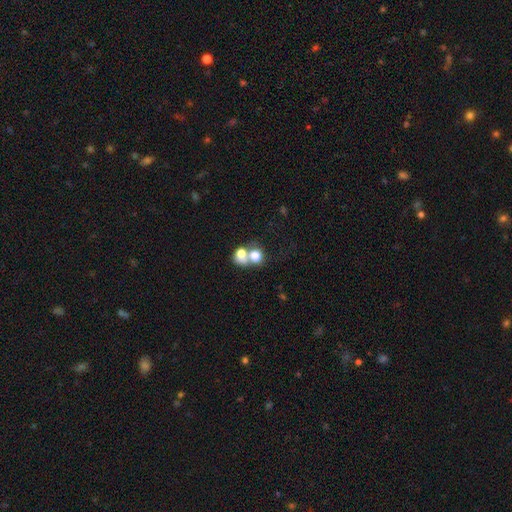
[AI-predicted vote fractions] This is likely a smooth galaxy (69%). How rounded: likely round (70%). Merging: likely merger (60%).